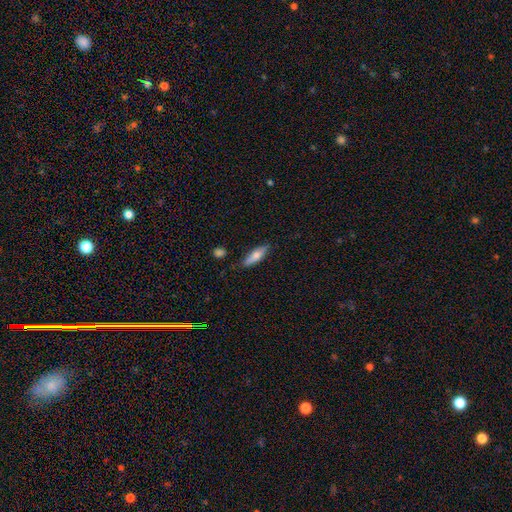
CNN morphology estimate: Smooth or featured? Predicted: smooth (p=0.68). How rounded? Predicted: cigar-shaped (p=0.58). Merging? Predicted: none (p=0.81).